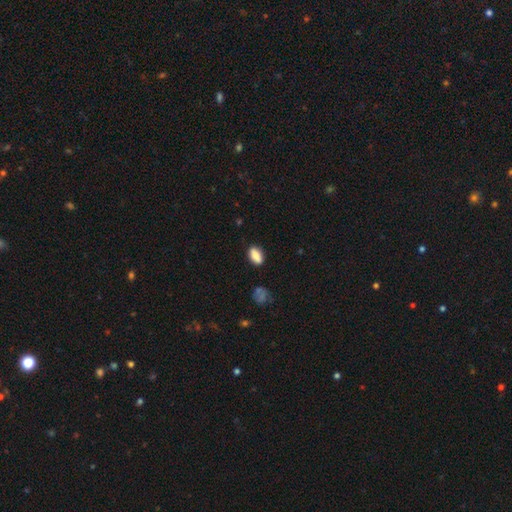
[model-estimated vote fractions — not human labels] A smooth galaxy with no disk features (84%) that is in between round and cigar-shaped (88%).

Vote fractions:
- Smooth or featured? smooth: 84% / featured or disk: 8% / star or artifact: 8%
- How rounded? in between: 88% / cigar-shaped: 8% / round: 5%
- Merging? none: 84% / minor disturbance: 12% / major disturbance: 3% / merger: 2%